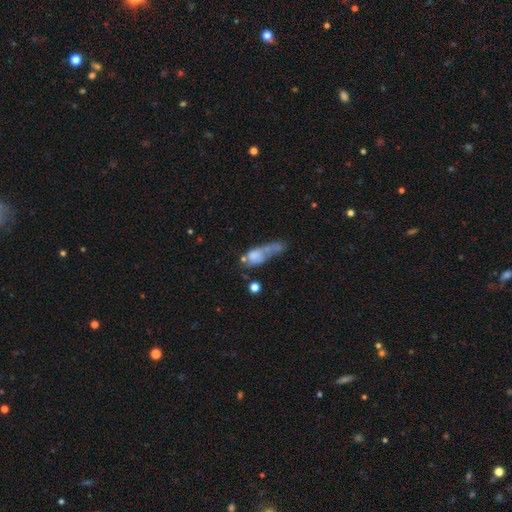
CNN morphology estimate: Smooth or featured: smooth — 54% (featured or disk — 34%)
How rounded: in between — 62% (cigar-shaped — 24%)
Merging: major disturbance — 34% (merger — 32%)